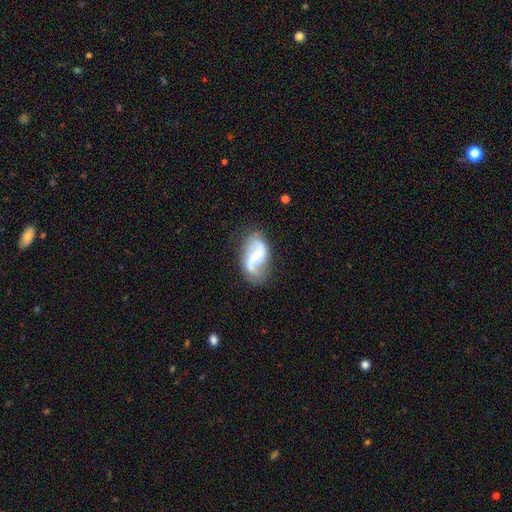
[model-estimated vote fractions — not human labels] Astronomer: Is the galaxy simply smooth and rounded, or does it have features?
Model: featured or disk — 81%.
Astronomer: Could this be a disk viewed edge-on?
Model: no — 97%.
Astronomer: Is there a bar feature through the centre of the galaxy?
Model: weak — 48% (runner-up: strong, 29%).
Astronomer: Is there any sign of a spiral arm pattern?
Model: yes — 93%.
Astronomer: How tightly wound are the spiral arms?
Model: loose — 66%.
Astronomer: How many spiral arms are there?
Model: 2 — 85%.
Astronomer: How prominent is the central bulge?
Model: small — 56% (runner-up: moderate, 34%).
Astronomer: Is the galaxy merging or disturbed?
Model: none — 67%.